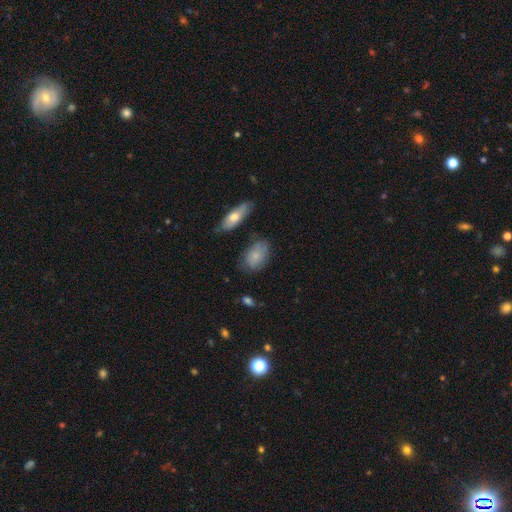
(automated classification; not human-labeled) Smooth or featured?
  - smooth: 74% *
  - featured or disk: 19%
  - star or artifact: 7%
How rounded?
  - in between: 88% *
  - round: 10%
  - cigar-shaped: 2%
Merging?
  - none: 65% *
  - minor disturbance: 24%
  - major disturbance: 6%
  - merger: 5%